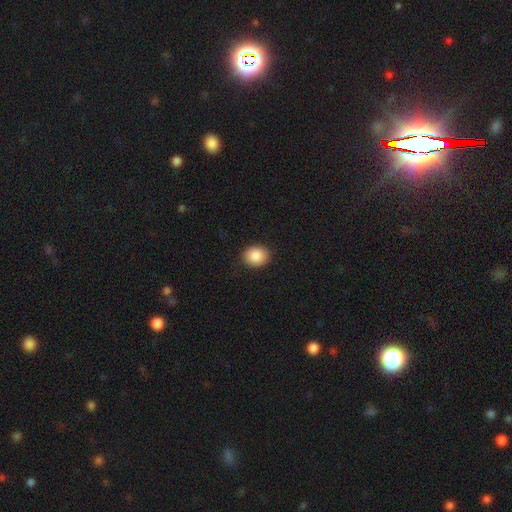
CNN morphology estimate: smooth_or_featured: smooth (p=0.89) [alt: star or artifact p=0.08]
how_rounded: round (p=0.59) [alt: in between p=0.40]
merging: none (p=0.88) [alt: minor disturbance p=0.09]